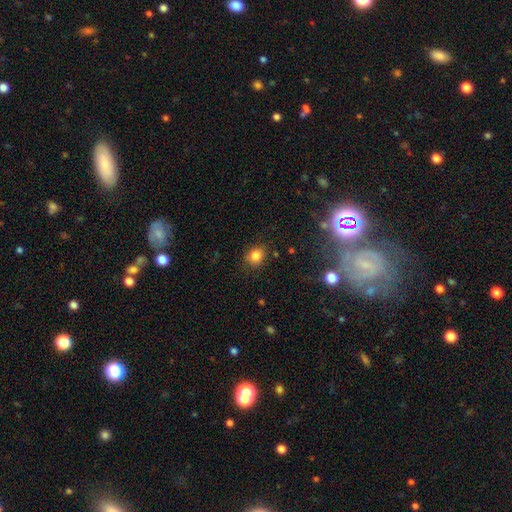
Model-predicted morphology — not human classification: Overall: smooth (83%). How rounded: round (67%; in between 32%). Merging: none (80%).